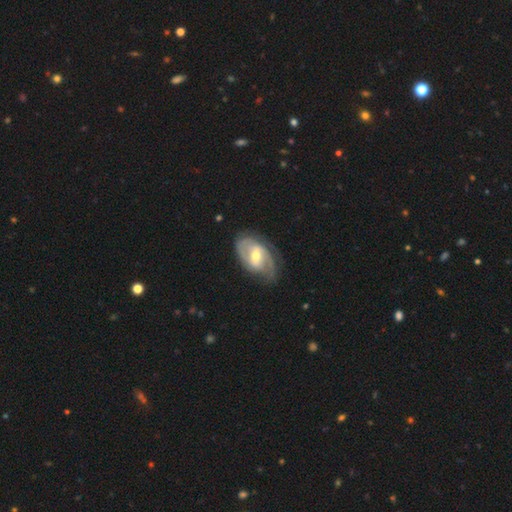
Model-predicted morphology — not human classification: A featured or disk galaxy (81%) with a weak bar (49%), 2 (62%) tight (46%) spiral arms (91%) and a moderate central bulge (67%). Merging: none (68%).